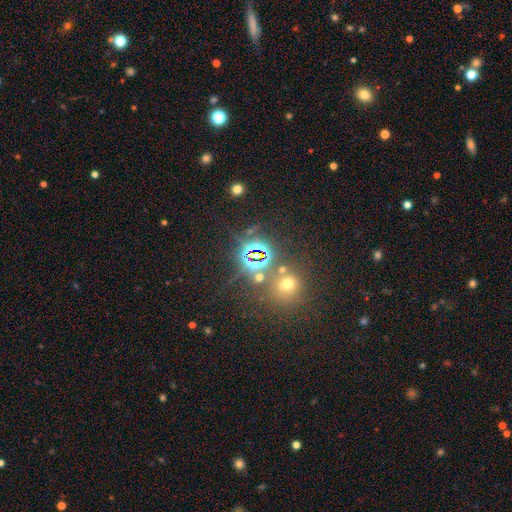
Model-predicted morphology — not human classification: Smooth or featured? star or artifact (73%)